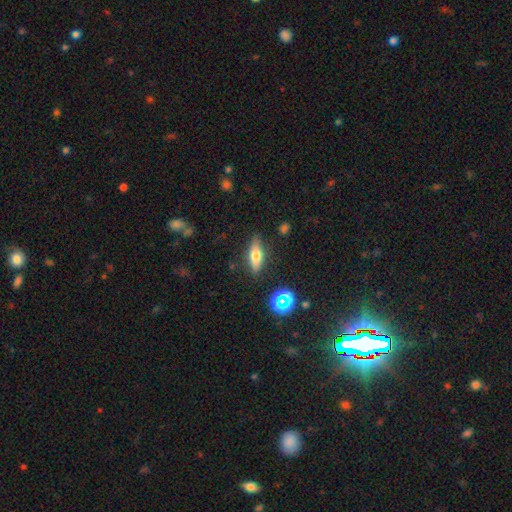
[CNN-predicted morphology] Smooth or featured?
  - smooth: 52% *
  - featured or disk: 38%
  - star or artifact: 10%
How rounded?
  - in between: 51% *
  - cigar-shaped: 44%
  - round: 5%
Merging?
  - none: 82% *
  - minor disturbance: 12%
  - major disturbance: 3%
  - merger: 2%